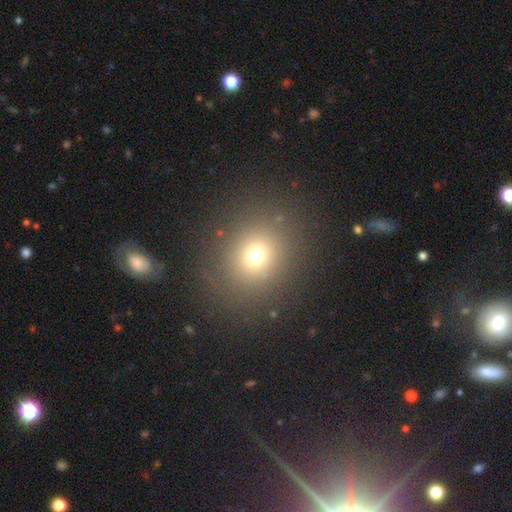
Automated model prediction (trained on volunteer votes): A smooth galaxy with no disk features (69%) that is round (77%).

Vote fractions:
- Smooth or featured? smooth: 69% / star or artifact: 20% / featured or disk: 11%
- How rounded? round: 77% / in between: 22% / cigar-shaped: 1%
- Merging? none: 85% / minor disturbance: 8% / major disturbance: 5% / merger: 2%